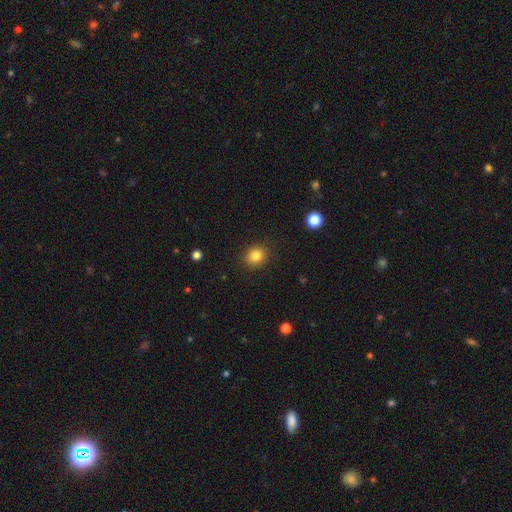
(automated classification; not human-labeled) The model was most divided on "how rounded": round: 75%, in between: 24%, cigar-shaped: 1%. More confident: merging — none (89%); smooth or featured — smooth (84%).